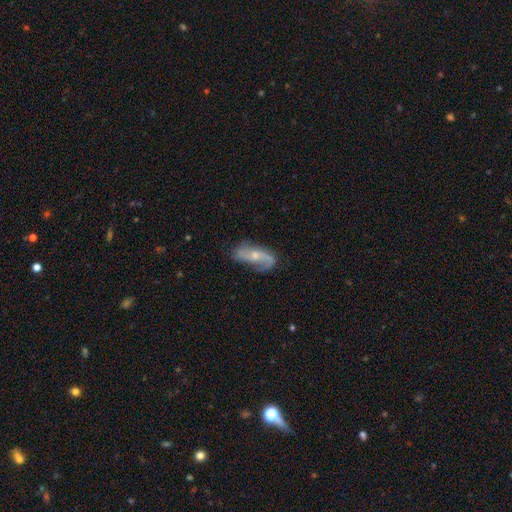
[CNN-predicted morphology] smooth-or-featured: featured or disk: 79% | smooth: 15% | star or artifact: 6%
  disk-edge-on: no: 94% | yes: 6%
    bar: no: 56% | weak: 33% | strong: 11%
    has-spiral-arms: yes: 93% | no: 7%
      spiral-winding: loose: 60% | medium: 30% | tight: 10%
      spiral-arm-count: 2: 83% | 1: 8% | can't tell: 5% | 3: 2% | 4: 1% | more than 4: 1%
    bulge-size: small: 54% | moderate: 40% | none: 4% | large: 2% | dominant: 1%
  merging: none: 62% | minor disturbance: 23% | major disturbance: 12% | merger: 2%